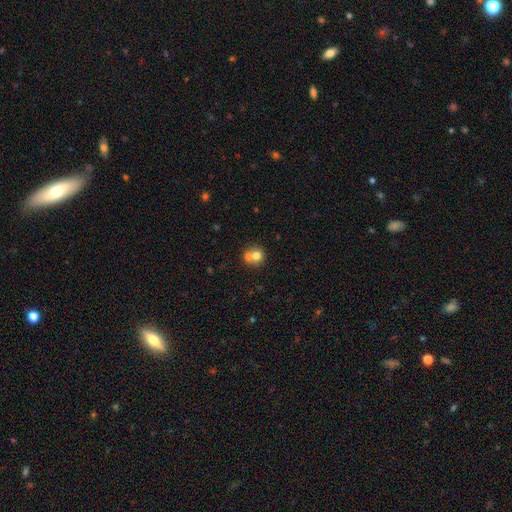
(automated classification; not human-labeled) Smooth or featured? Predicted: smooth (p=0.71). How rounded? Predicted: round (p=0.85). Merging? Predicted: merger (p=0.52).